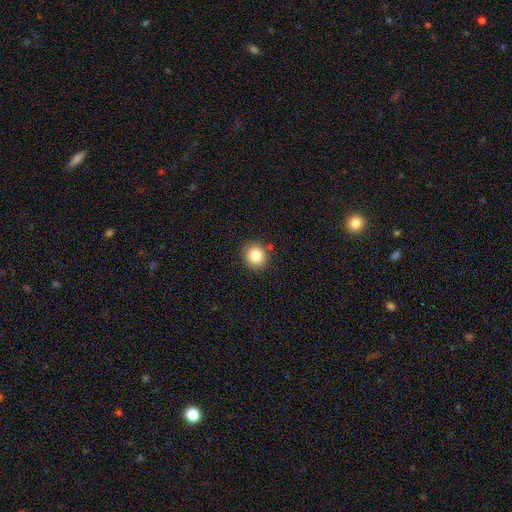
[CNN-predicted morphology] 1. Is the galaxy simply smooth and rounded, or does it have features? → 84% smooth, 11% star or artifact, 5% featured or disk.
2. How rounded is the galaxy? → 91% round, 9% in between, 1% cigar-shaped.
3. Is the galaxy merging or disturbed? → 87% none, 8% minor disturbance, 3% merger, 2% major disturbance.